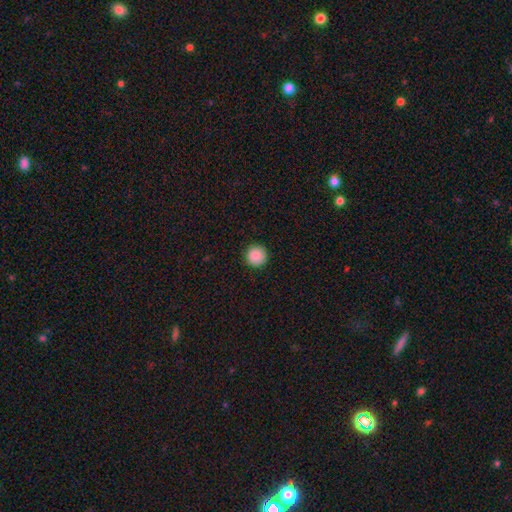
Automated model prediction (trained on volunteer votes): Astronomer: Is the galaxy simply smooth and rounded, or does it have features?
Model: smooth — 89%.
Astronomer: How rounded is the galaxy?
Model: round — 96%.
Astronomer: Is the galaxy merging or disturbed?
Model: none — 93%.